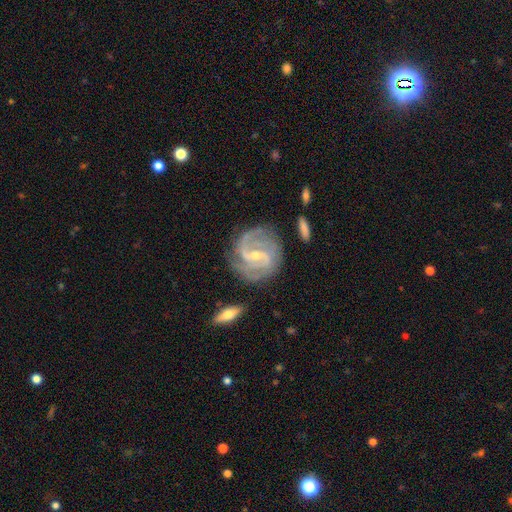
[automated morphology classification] smooth-or-featured: featured or disk: 90% | star or artifact: 5% | smooth: 5%
  disk-edge-on: no: 97% | yes: 3%
    bar: weak: 47% | strong: 35% | no: 18%
    has-spiral-arms: yes: 97% | no: 3%
      spiral-winding: tight: 48% | medium: 41% | loose: 11%
      spiral-arm-count: 2: 45% | 3: 24% | can't tell: 14% | 4: 8% | 1: 5% | more than 4: 5%
    bulge-size: small: 62% | moderate: 35% | none: 1% | large: 1% | dominant: 1%
  merging: none: 75% | minor disturbance: 16% | major disturbance: 6% | merger: 3%